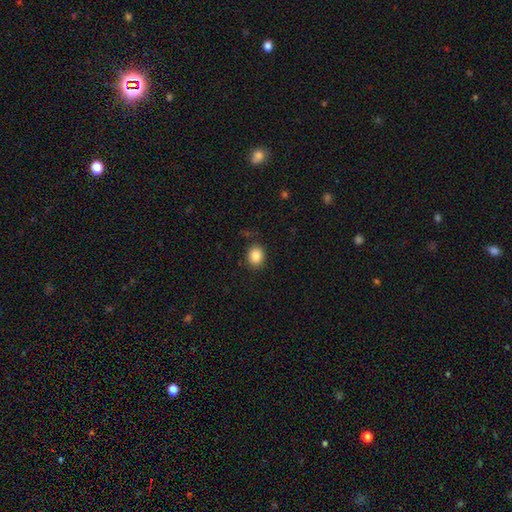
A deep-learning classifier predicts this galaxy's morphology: A smooth galaxy with no disk features (86%) that is round (61%). Merging: none (86%).